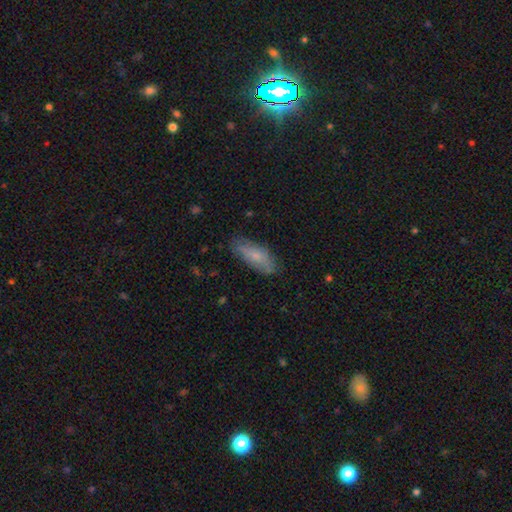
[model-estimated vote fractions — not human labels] A smooth galaxy with no disk features (71%) that is in between round and cigar-shaped (68%).

Vote fractions:
- Smooth or featured? smooth: 71% / featured or disk: 22% / star or artifact: 6%
- How rounded? in between: 68% / cigar-shaped: 30% / round: 2%
- Merging? none: 77% / minor disturbance: 18% / major disturbance: 4% / merger: 1%